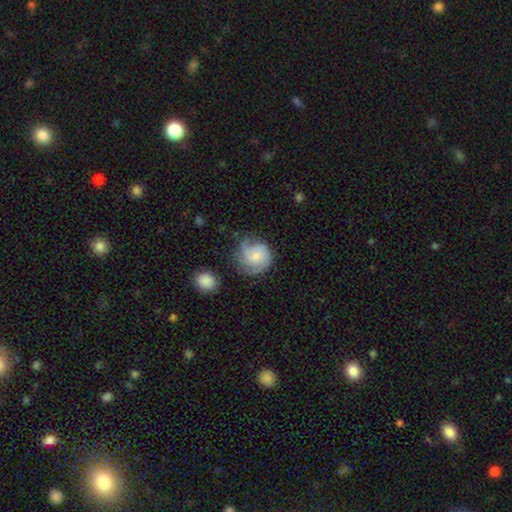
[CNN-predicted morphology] Smooth or featured? Predicted: featured or disk (p=0.53). Edge-on disk? Predicted: no (p=0.98). Bar? Predicted: no (p=0.63). Spiral arms? Predicted: yes (p=0.87). Bulge size? Predicted: small (p=0.48). Merging? Predicted: none (p=0.53).